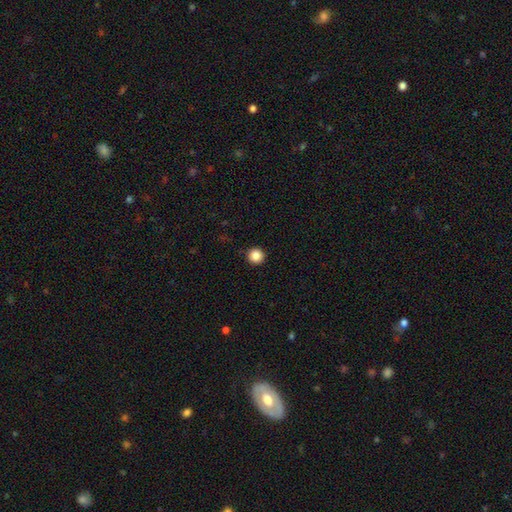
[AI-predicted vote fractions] Smooth or featured: smooth — 86% (star or artifact — 10%)
How rounded: round — 96% (in between — 3%)
Merging: none — 93% (minor disturbance — 4%)